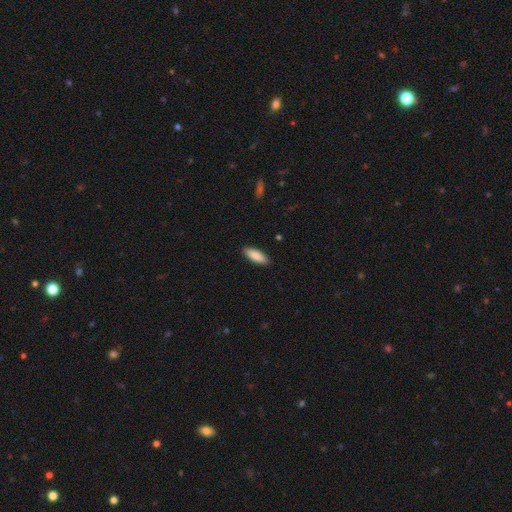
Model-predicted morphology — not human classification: A smooth galaxy with no disk features (87%) that is in between round and cigar-shaped (66%). Merging: none (90%).